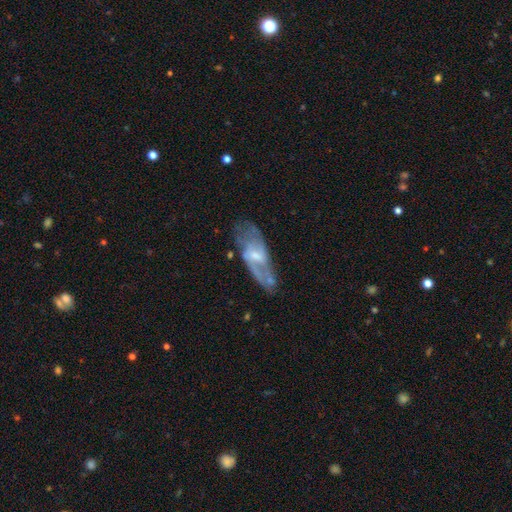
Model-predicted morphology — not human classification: The model was most divided on "bulge size": small: 51%, moderate: 39%, none: 6%, large: 3%, dominant: 1%. More confident: edge-on disk — no (86%); spiral arms — yes (76%); smooth or featured — featured or disk (71%); merging — none (57%); bar — weak (51%).